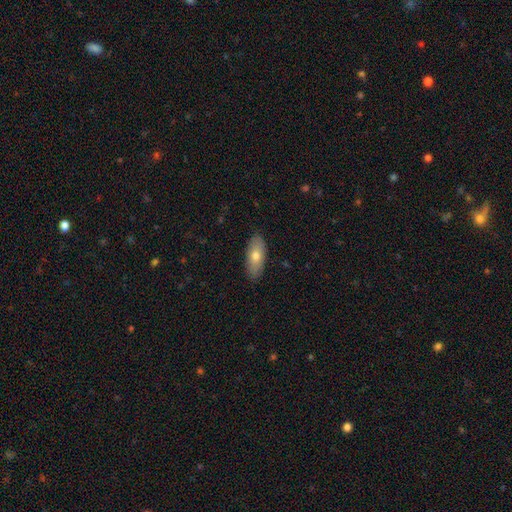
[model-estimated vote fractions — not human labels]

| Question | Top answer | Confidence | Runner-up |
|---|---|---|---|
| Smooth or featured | smooth | 72% | featured or disk (21%) |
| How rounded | in between | 81% | cigar-shaped (16%) |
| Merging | none | 87% | minor disturbance (10%) |